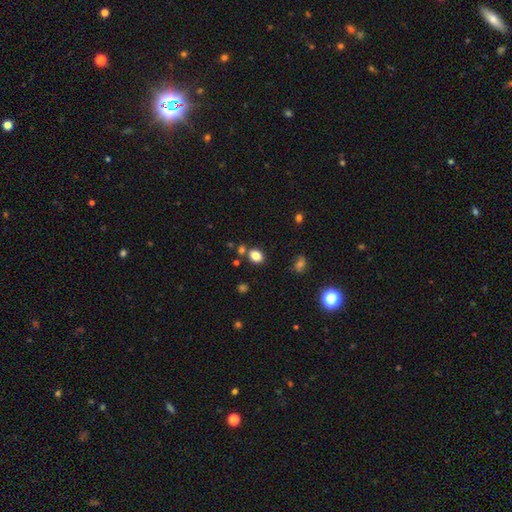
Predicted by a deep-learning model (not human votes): A smooth galaxy with no disk features (82%) that is in between round and cigar-shaped (60%). Merging: none (74%).